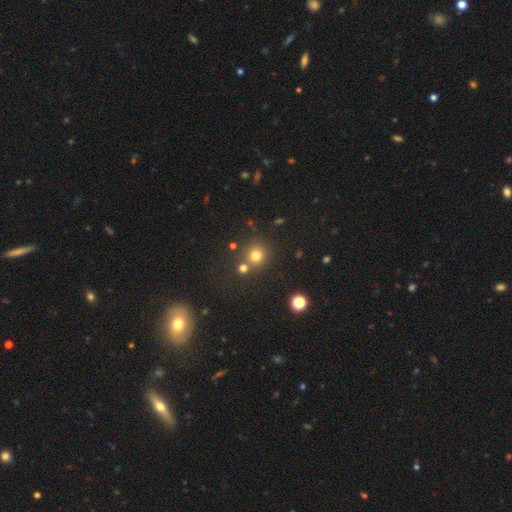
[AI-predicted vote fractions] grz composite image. It shows a smooth galaxy with no disk features (76%) that is round (91%). Merging: none (74%).